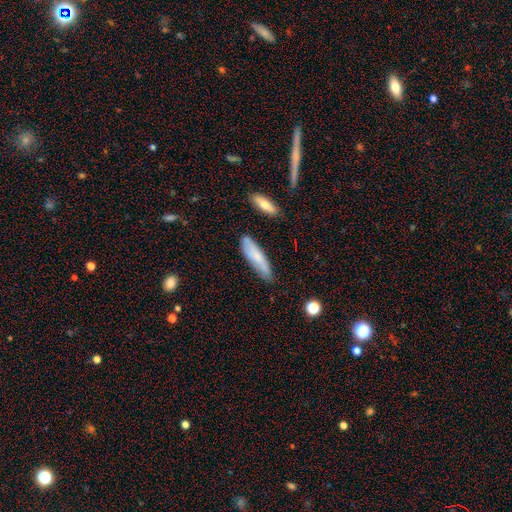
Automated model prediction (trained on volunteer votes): Smooth or featured? smooth (71%)
How rounded? cigar-shaped (64%)
Merging? none (72%)